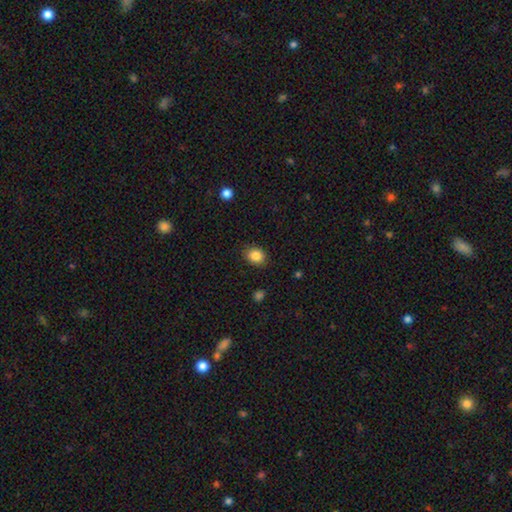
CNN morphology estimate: smooth_or_featured: smooth (p=0.86) [alt: star or artifact p=0.09]
how_rounded: round (p=0.54) [alt: in between p=0.45]
merging: none (p=0.87) [alt: minor disturbance p=0.09]